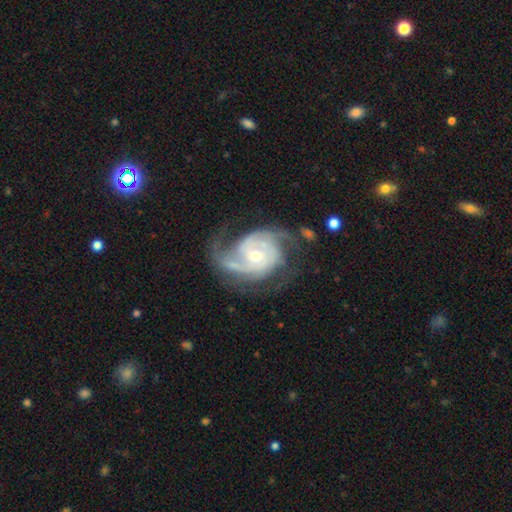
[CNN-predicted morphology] Smooth or featured? Predicted: featured or disk (p=0.91). Edge-on disk? Predicted: no (p=0.98). Bar? Predicted: no (p=0.66). Spiral arms? Predicted: yes (p=0.98). Spiral winding? Predicted: medium (p=0.43). Spiral arm count? Predicted: 2 (p=0.40). Bulge size? Predicted: moderate (p=0.53). Merging? Predicted: none (p=0.61).